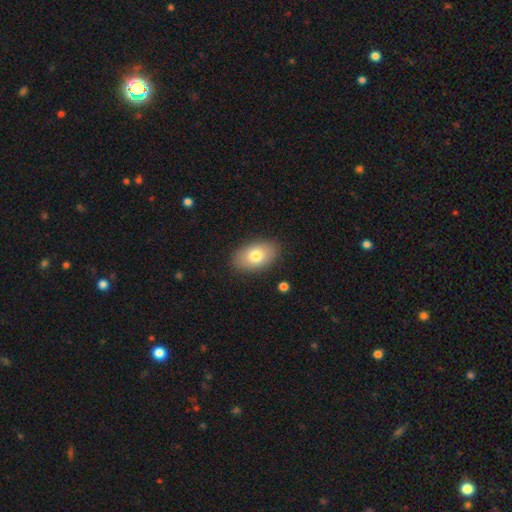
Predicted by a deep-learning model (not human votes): smooth_or_featured: smooth (p=0.76) [alt: featured or disk p=0.16]
how_rounded: in between (p=0.91) [alt: round p=0.08]
merging: none (p=0.87) [alt: minor disturbance p=0.09]